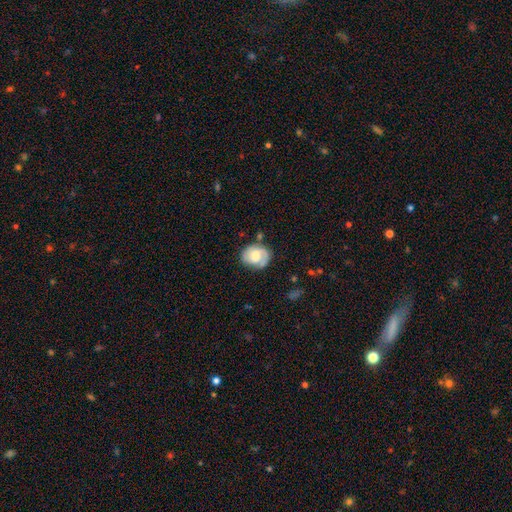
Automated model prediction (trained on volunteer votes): A featured or disk galaxy (55%) with no bar (49%), spiral arms (85%) and a moderate central bulge (43%).

Vote fractions:
- Smooth or featured? featured or disk: 55% / smooth: 38% / star or artifact: 7%
- Edge-on disk? no: 98% / yes: 2%
- Bar? no: 49% / weak: 42% / strong: 9%
- Spiral arms? yes: 85% / no: 15%
- Bulge size? moderate: 43% / small: 26% / large: 16% / none: 12% / dominant: 2%
- Merging? none: 64% / minor disturbance: 23% / major disturbance: 9% / merger: 4%